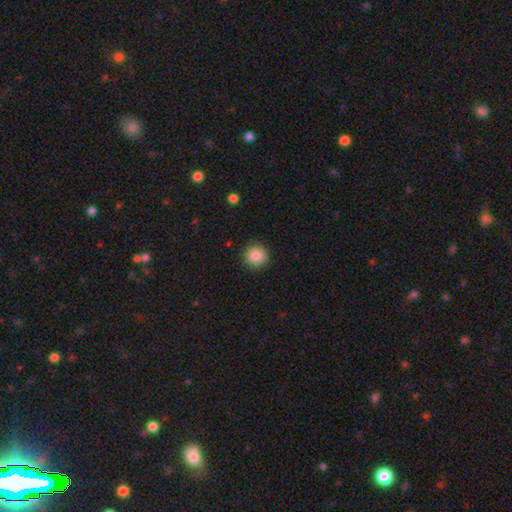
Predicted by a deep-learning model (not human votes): This appears to be a smooth galaxy with no disk features (88%) that is round (93%). Merging: none (90%).